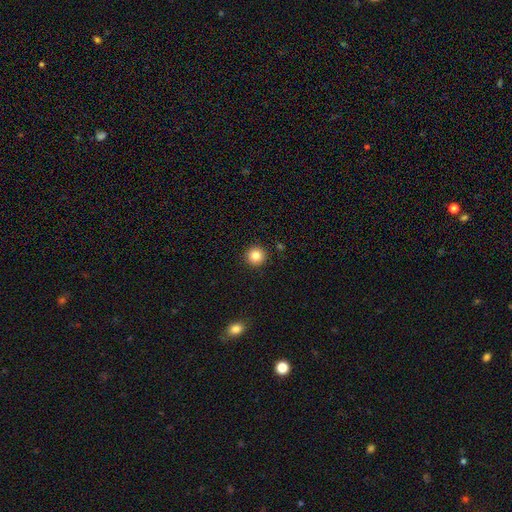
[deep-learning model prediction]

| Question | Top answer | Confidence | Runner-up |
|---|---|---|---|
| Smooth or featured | smooth | 83% | star or artifact (11%) |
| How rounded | round | 95% | in between (4%) |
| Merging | none | 92% | minor disturbance (5%) |